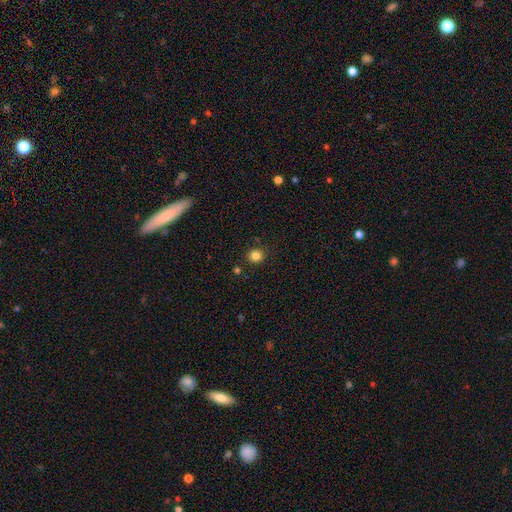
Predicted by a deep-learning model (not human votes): smooth_or_featured: smooth (p=0.83) [alt: star or artifact p=0.13]
how_rounded: round (p=0.86) [alt: in between p=0.13]
merging: none (p=0.87) [alt: minor disturbance p=0.07]